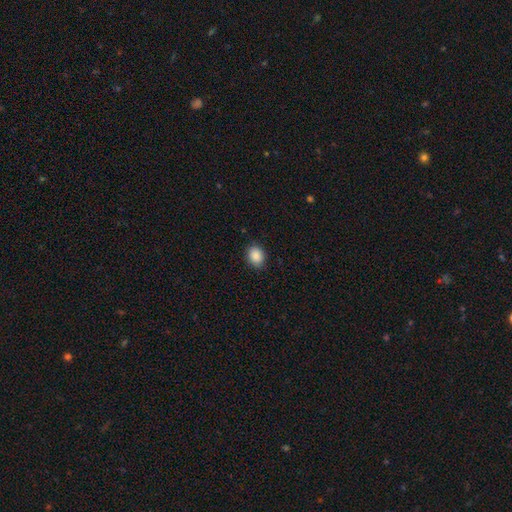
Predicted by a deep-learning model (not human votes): Smooth or featured? Predicted: smooth (p=0.89). How rounded? Predicted: round (p=0.51). Merging? Predicted: none (p=0.87).